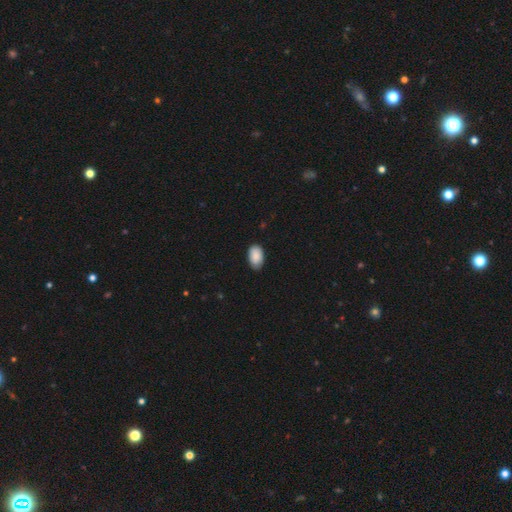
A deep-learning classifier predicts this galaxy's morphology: This is clearly a smooth galaxy (87%). How rounded: clearly in between (93%). Merging: likely none (77%).